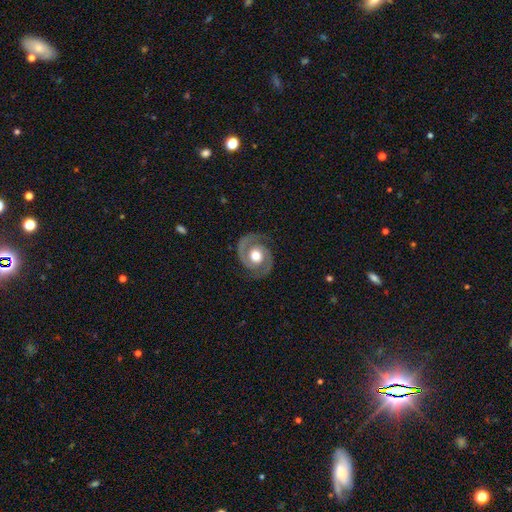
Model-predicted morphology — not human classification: Smooth or featured?
  - featured or disk: 91% *
  - smooth: 5%
  - star or artifact: 4%
Edge-on disk?
  - no: 98% *
  - yes: 2%
Bar?
  - no: 69% *
  - weak: 23%
  - strong: 8%
Spiral arms?
  - yes: 97% *
  - no: 3%
Spiral winding?
  - tight: 48% *
  - medium: 44%
  - loose: 8%
Spiral arm count?
  - 2: 94% *
  - 1: 2%
  - can't tell: 2%
  - 3: 1%
  - 4: 1%
  - more than 4: 1%
Bulge size?
  - moderate: 71% *
  - large: 22%
  - small: 5%
  - dominant: 1%
  - none: 1%
Merging?
  - none: 85% *
  - minor disturbance: 10%
  - major disturbance: 4%
  - merger: 1%